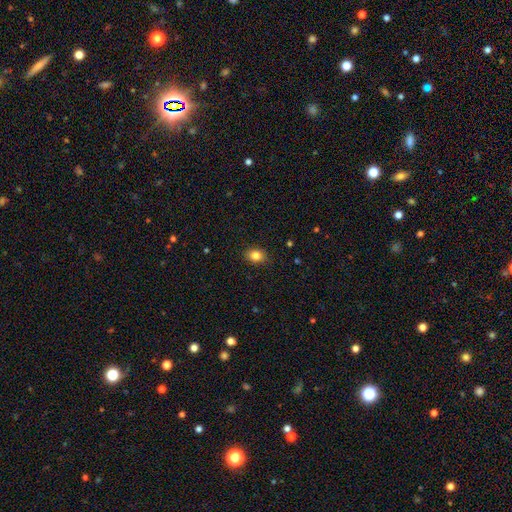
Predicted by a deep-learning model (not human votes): Smooth or featured? smooth (83%)
How rounded? in between (53%)
Merging? none (88%)